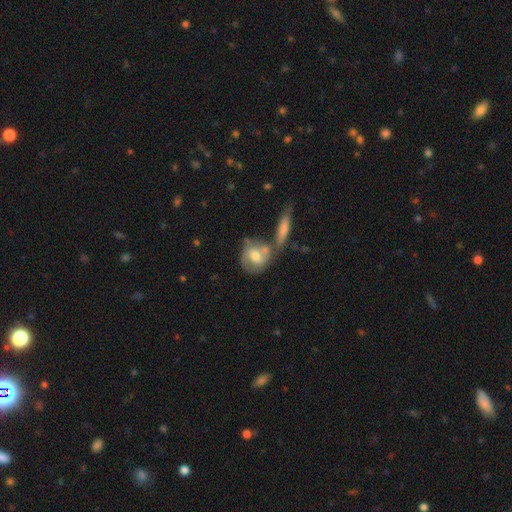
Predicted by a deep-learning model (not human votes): smooth_or_featured: featured or disk (p=0.54) [alt: smooth p=0.39]
disk_edge_on: no (p=0.92) [alt: yes p=0.08]
bar: weak (p=0.46) [alt: no p=0.40]
has_spiral_arms: yes (p=0.78) [alt: no p=0.22]
bulge_size: moderate (p=0.65) [alt: small p=0.18]
merging: none (p=0.40) [alt: merger p=0.39]